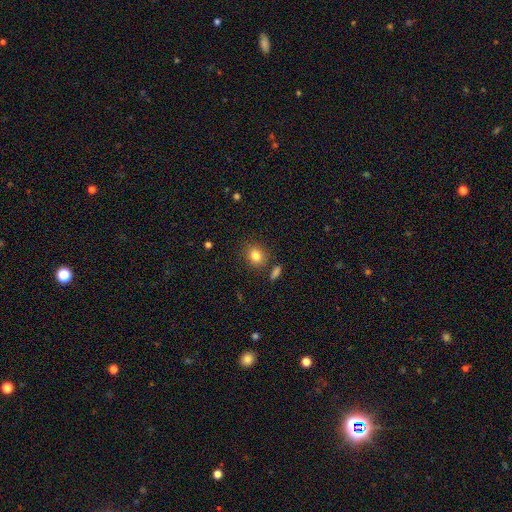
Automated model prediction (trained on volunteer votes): Smooth or featured?
  - smooth: 83% *
  - star or artifact: 10%
  - featured or disk: 7%
How rounded?
  - round: 65% *
  - in between: 33%
  - cigar-shaped: 1%
Merging?
  - none: 80% *
  - minor disturbance: 11%
  - merger: 5%
  - major disturbance: 3%